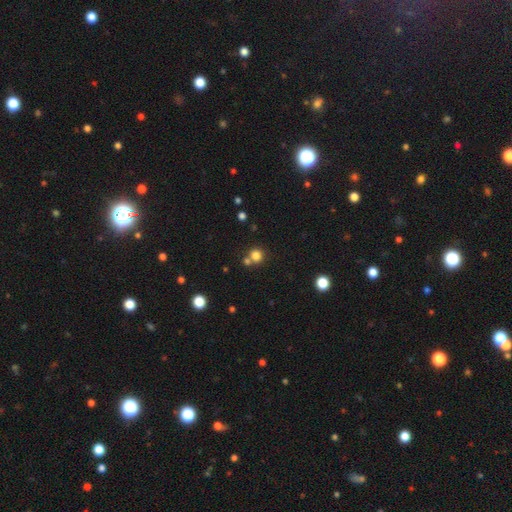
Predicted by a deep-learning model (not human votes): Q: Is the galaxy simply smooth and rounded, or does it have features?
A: smooth — 79%.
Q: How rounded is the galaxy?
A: round — 89%.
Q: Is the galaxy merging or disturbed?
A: none — 63%.